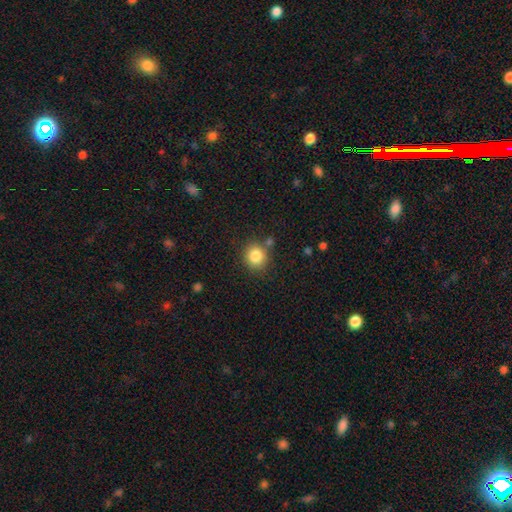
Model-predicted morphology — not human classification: Smooth or featured: smooth — 84% (star or artifact — 10%)
How rounded: round — 85% (in between — 14%)
Merging: none — 80% (minor disturbance — 10%)